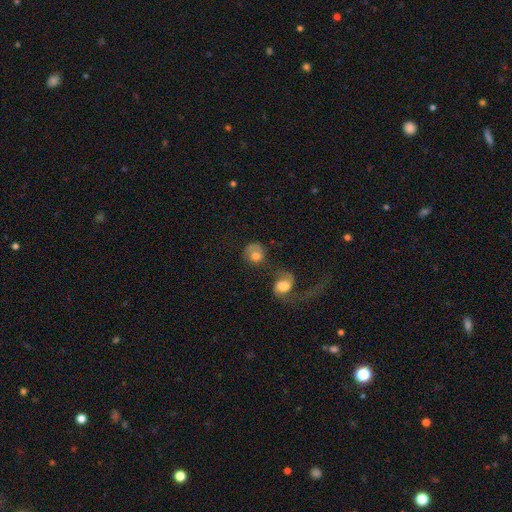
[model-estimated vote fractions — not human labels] A smooth galaxy with no disk features (65%) that is round (75%).

Vote fractions:
- Smooth or featured? smooth: 65% / featured or disk: 26% / star or artifact: 9%
- How rounded? round: 75% / in between: 24% / cigar-shaped: 1%
- Merging? none: 35% / merger: 31% / major disturbance: 18% / minor disturbance: 16%